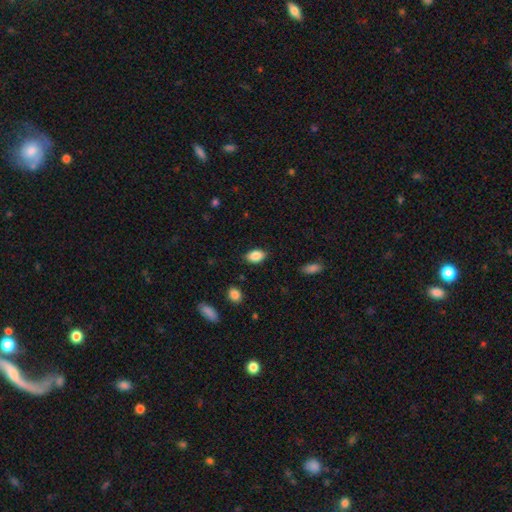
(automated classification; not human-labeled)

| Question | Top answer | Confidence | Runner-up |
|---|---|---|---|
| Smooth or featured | smooth | 88% | star or artifact (8%) |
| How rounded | in between | 87% | round (11%) |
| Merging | none | 84% | minor disturbance (12%) |